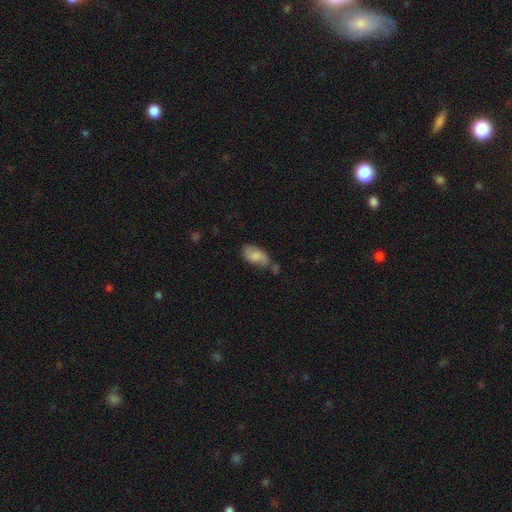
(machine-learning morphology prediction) Smooth or featured? Predicted: smooth (p=0.78). How rounded? Predicted: in between (p=0.92). Merging? Predicted: none (p=0.51).